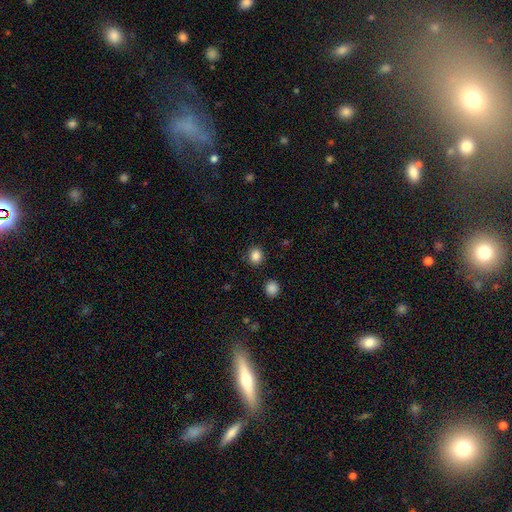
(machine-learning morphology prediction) Q: Smooth or featured?
A: smooth (85%); runner-up: star or artifact (11%)
Q: How rounded?
A: round (76%); runner-up: in between (23%)
Q: Merging?
A: none (88%); runner-up: minor disturbance (7%)